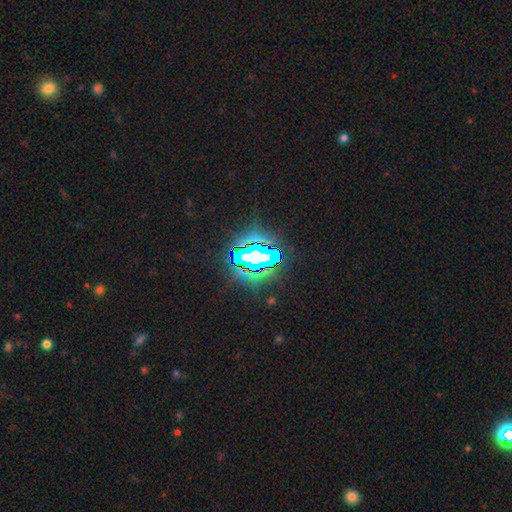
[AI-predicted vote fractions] Smooth or featured? star or artifact (75%)